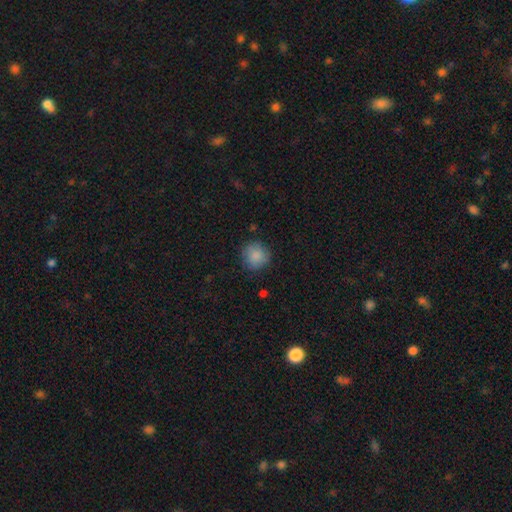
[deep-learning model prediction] Morphology: type=smooth (87%); roundness=round (91%); merging=none (83%).